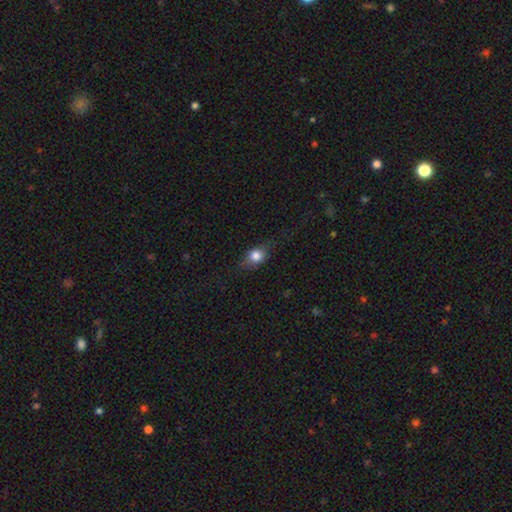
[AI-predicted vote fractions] This is likely a smooth galaxy (69%). How rounded: possibly in between (49%). Merging: likely none (71%).